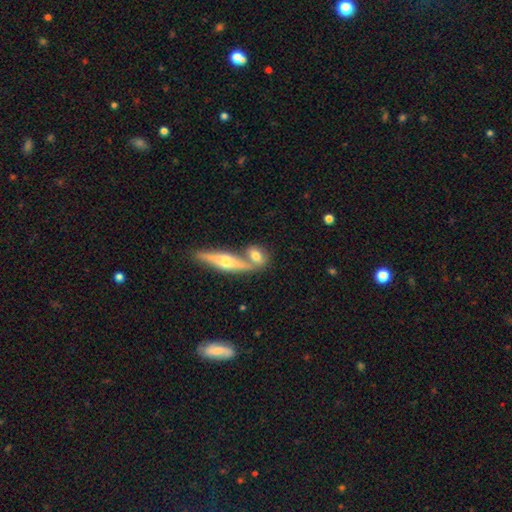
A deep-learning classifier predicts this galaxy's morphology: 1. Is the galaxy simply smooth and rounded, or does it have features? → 63% smooth, 30% featured or disk, 7% star or artifact.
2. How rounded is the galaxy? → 62% in between, 20% round, 18% cigar-shaped.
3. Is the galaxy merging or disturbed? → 48% none, 38% merger, 10% minor disturbance, 4% major disturbance.